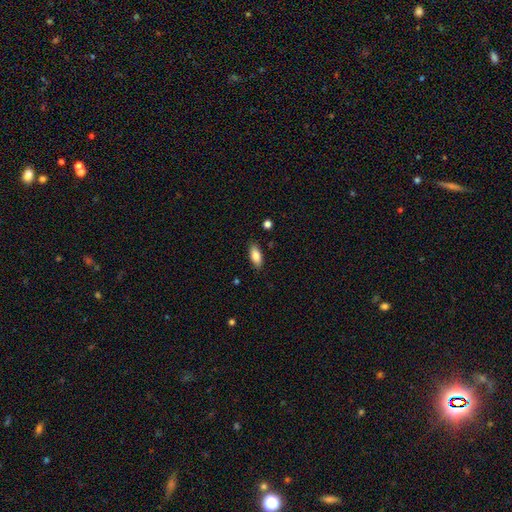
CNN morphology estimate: A smooth galaxy with no disk features (85%) that is in between round and cigar-shaped (86%).

Vote fractions:
- Smooth or featured? smooth: 85% / featured or disk: 8% / star or artifact: 7%
- How rounded? in between: 86% / cigar-shaped: 12% / round: 2%
- Merging? none: 85% / minor disturbance: 11% / major disturbance: 2% / merger: 1%